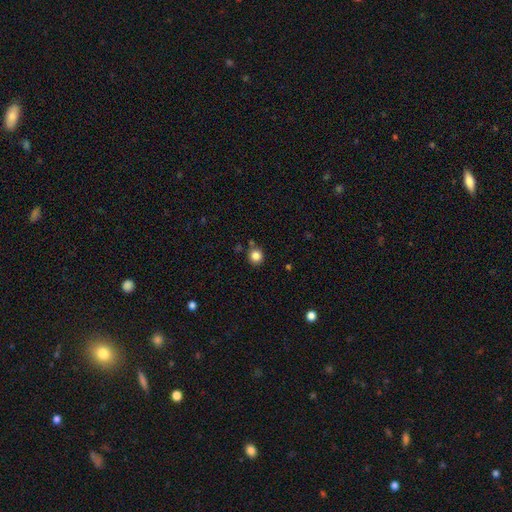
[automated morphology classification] The model was most divided on "smooth or featured": smooth: 84%, star or artifact: 12%, featured or disk: 5%. More confident: how rounded — round (92%); merging — none (84%).